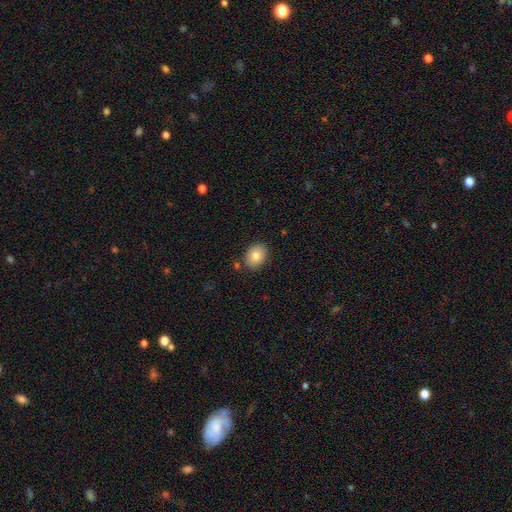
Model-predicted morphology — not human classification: Smooth or featured? smooth (82%)
How rounded? in between (66%)
Merging? none (84%)